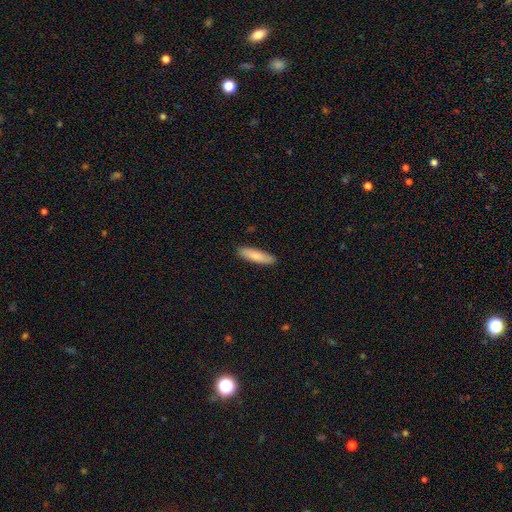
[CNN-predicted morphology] The model was most divided on "how rounded": cigar-shaped: 67%, in between: 32%, round: 1%. More confident: merging — none (87%); smooth or featured — smooth (82%).